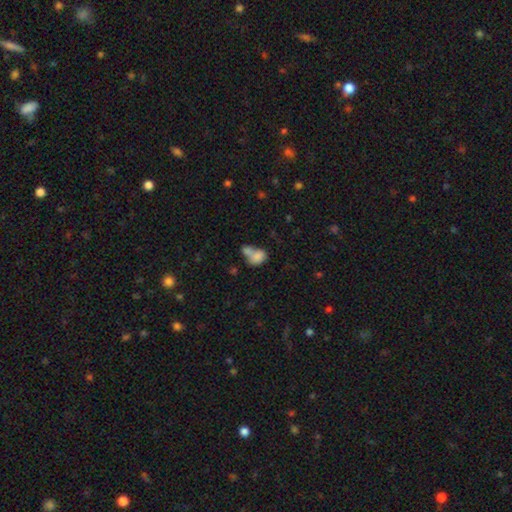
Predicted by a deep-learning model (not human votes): This appears to be a smooth galaxy with no disk features (79%) that is in between round and cigar-shaped (72%). Merging: merger (64%).